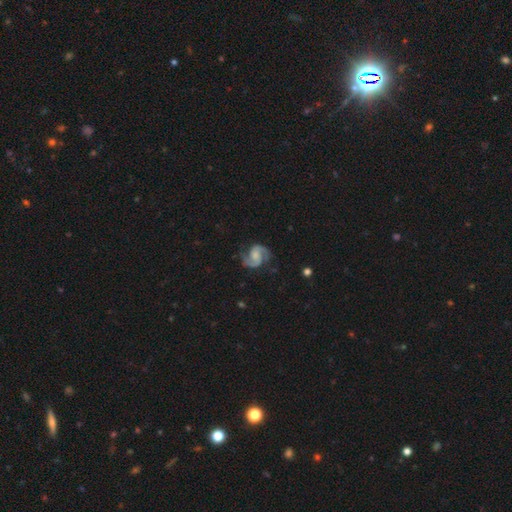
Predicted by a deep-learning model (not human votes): This is clearly a featured or disk galaxy (91%). It is clearly not viewed edge-on (98%). Bar: possibly no (52%). Spiral arm pattern: clearly yes (98%). Spiral arm count: clearly 2 (94%). Spiral winding: likely medium (60%). Central bulge: marginally moderate (35%). Merging: likely none (78%).